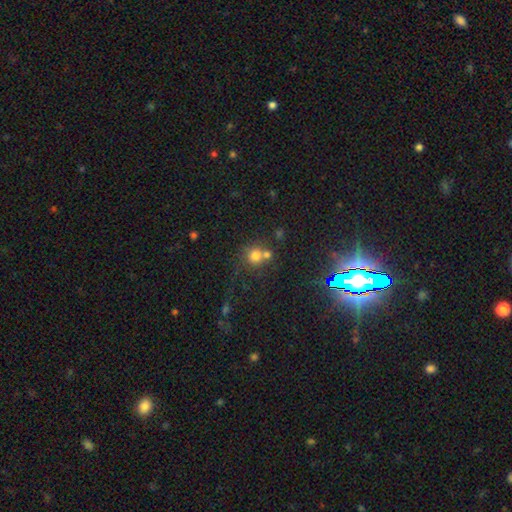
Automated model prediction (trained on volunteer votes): smooth 72%, star or artifact 17%, featured or disk 11%. Down the decision tree: how rounded — round (89%); merging — none (49%).